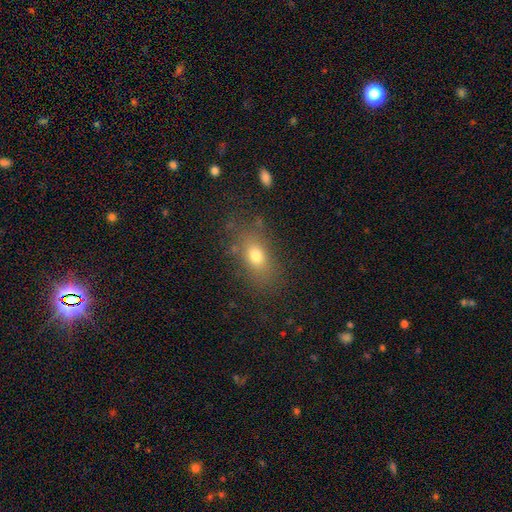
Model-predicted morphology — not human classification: smooth-or-featured: smooth: 72% | featured or disk: 15% | star or artifact: 13%
  how-rounded: in between: 77% | round: 17% | cigar-shaped: 6%
  merging: none: 76% | minor disturbance: 15% | major disturbance: 6% | merger: 2%